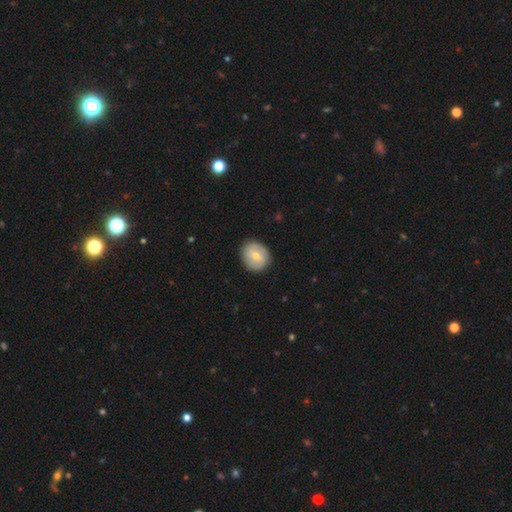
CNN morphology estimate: smooth_or_featured: smooth (p=0.57) [alt: featured or disk p=0.36]
how_rounded: round (p=0.74) [alt: in between p=0.25]
merging: none (p=0.86) [alt: minor disturbance p=0.11]